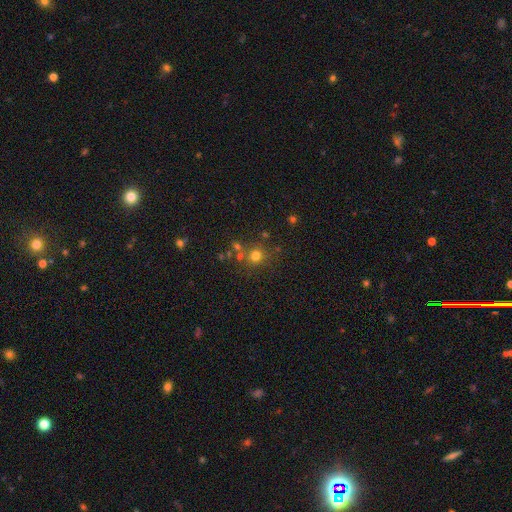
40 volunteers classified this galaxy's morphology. Q: Smooth or featured?
A: smooth (78%); runner-up: featured or disk (15%)
Q: How rounded?
A: round (77%); runner-up: in between (16%)
Q: Merging?
A: none (84%); runner-up: minor disturbance (11%)